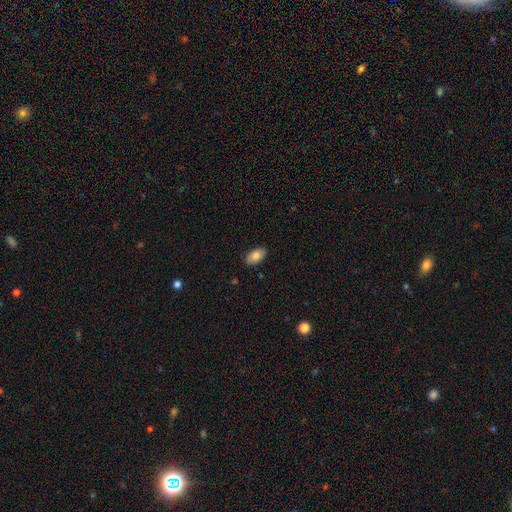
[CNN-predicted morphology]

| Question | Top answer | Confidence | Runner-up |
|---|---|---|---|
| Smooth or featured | smooth | 81% | featured or disk (12%) |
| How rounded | in between | 93% | round (5%) |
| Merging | none | 86% | minor disturbance (11%) |